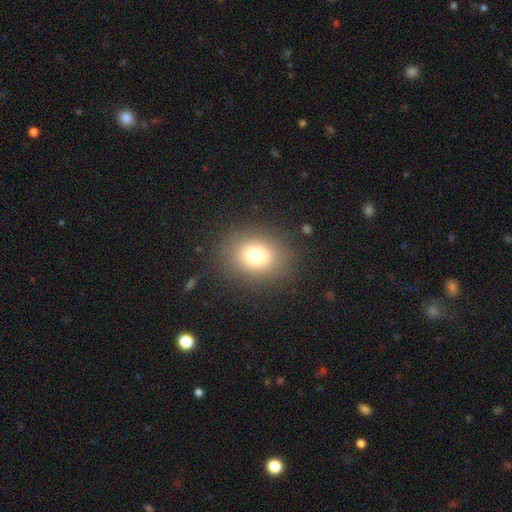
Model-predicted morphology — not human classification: Smooth or featured? Predicted: smooth (p=0.76). How rounded? Predicted: round (p=0.55). Merging? Predicted: none (p=0.86).